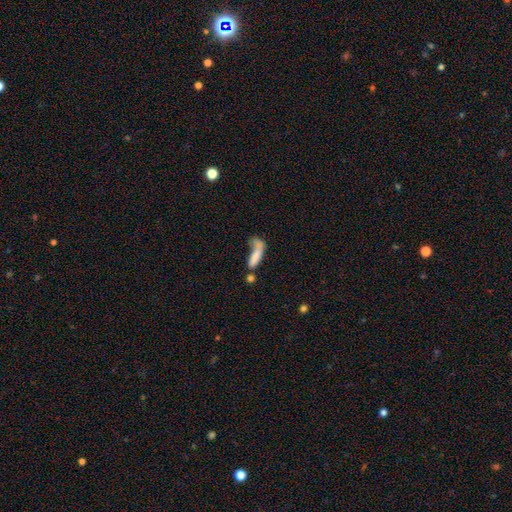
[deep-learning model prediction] Q: Smooth or featured?
A: smooth (72%); runner-up: featured or disk (19%)
Q: How rounded?
A: cigar-shaped (57%); runner-up: in between (40%)
Q: Merging?
A: merger (35%); runner-up: none (26%)